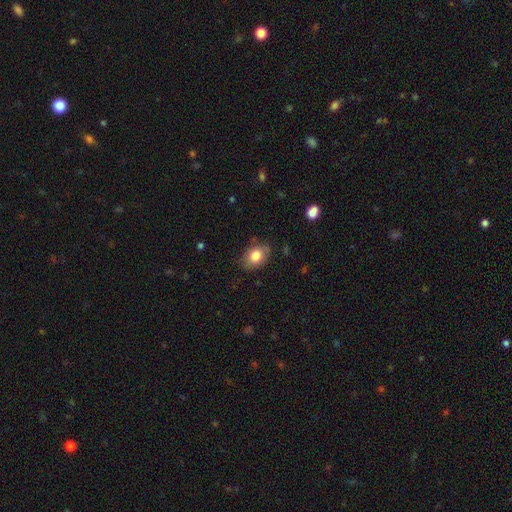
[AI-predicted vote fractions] Q: Smooth or featured?
A: smooth (81%); runner-up: featured or disk (11%)
Q: How rounded?
A: in between (75%); runner-up: round (24%)
Q: Merging?
A: none (78%); runner-up: minor disturbance (17%)